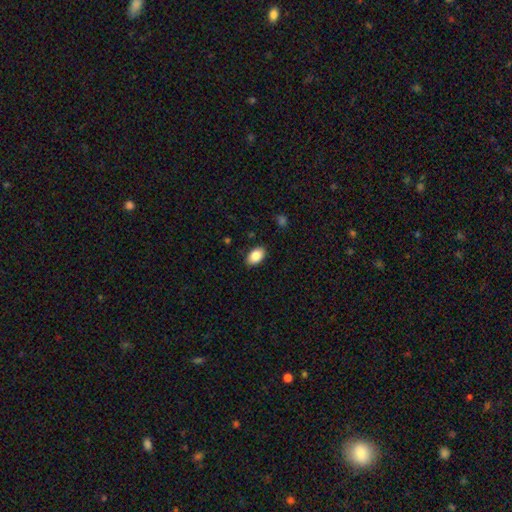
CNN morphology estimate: Smooth or featured? smooth (87%)
How rounded? in between (91%)
Merging? none (87%)